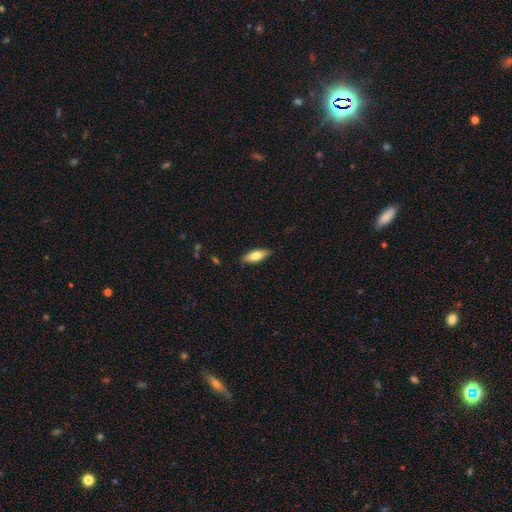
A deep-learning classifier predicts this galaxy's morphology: This is likely a smooth galaxy (73%). How rounded: likely in between (67%). Merging: clearly none (86%).